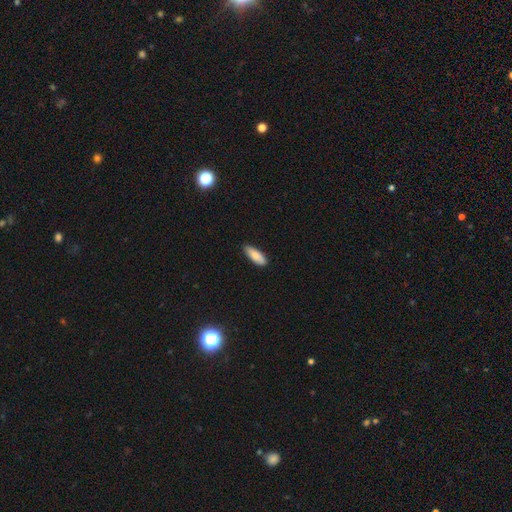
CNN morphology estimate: This appears to be a smooth galaxy with no disk features (83%) that is in between round and cigar-shaped (70%). Merging: none (84%).